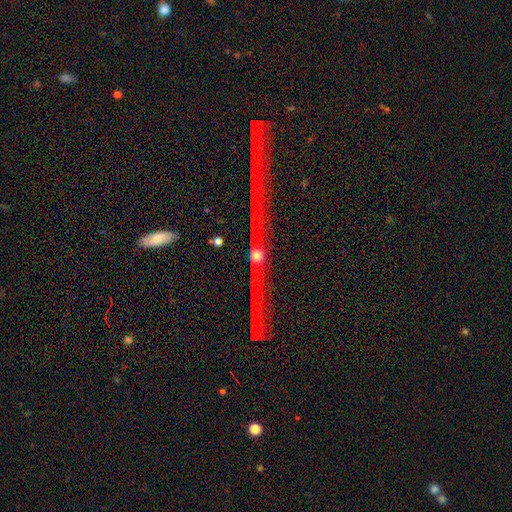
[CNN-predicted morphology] This is likely a featured or disk galaxy (63%). It is likely viewed edge-on (78%). Merging: likely none (74%).